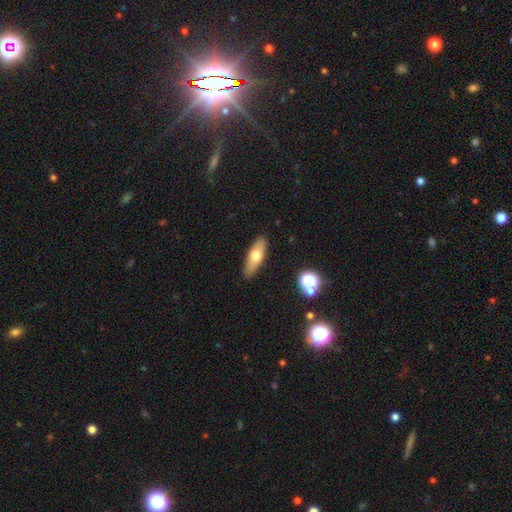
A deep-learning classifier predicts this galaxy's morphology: This is likely a smooth galaxy (64%). How rounded: possibly in between (60%). Merging: clearly none (87%).